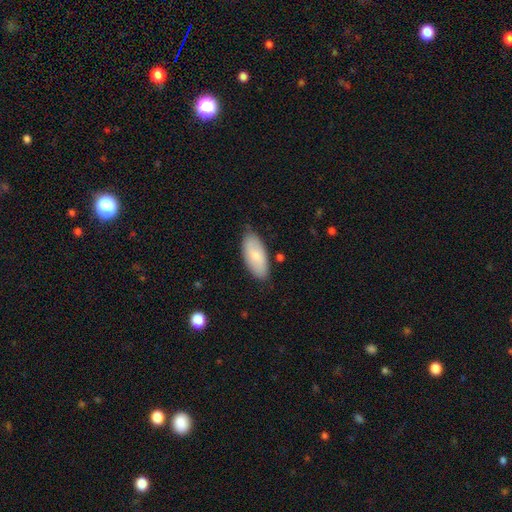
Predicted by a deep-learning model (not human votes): smooth-or-featured: smooth: 78% | featured or disk: 16% | star or artifact: 5%
  how-rounded: in between: 89% | cigar-shaped: 9% | round: 2%
  merging: none: 81% | minor disturbance: 15% | major disturbance: 2% | merger: 1%